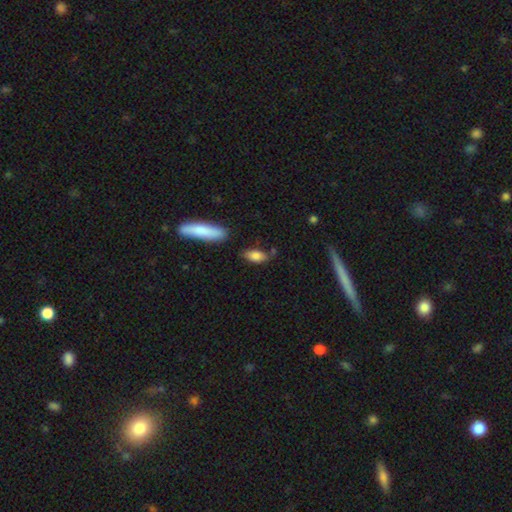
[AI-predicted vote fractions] Smooth or featured?
  - smooth: 83% *
  - featured or disk: 10%
  - star or artifact: 7%
How rounded?
  - in between: 84% *
  - cigar-shaped: 13%
  - round: 4%
Merging?
  - none: 70% *
  - minor disturbance: 19%
  - merger: 7%
  - major disturbance: 4%